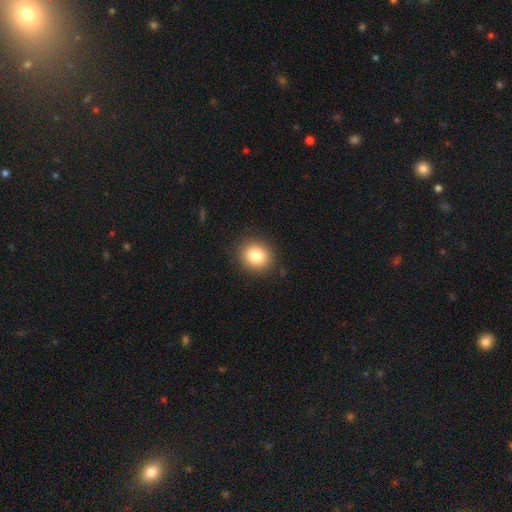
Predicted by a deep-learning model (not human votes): The model was most divided on "how rounded": round: 79%, in between: 20%, cigar-shaped: 1%. More confident: merging — none (89%); smooth or featured — smooth (83%).